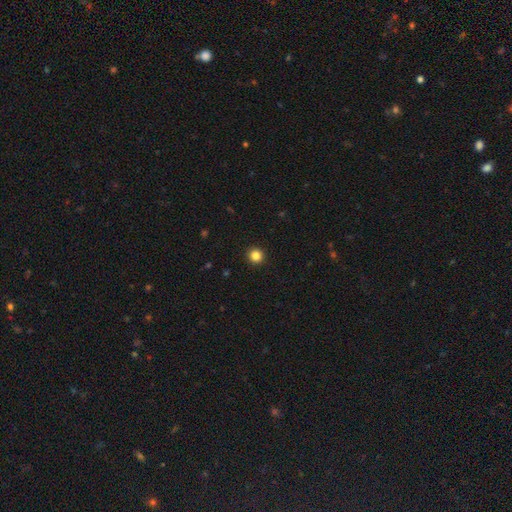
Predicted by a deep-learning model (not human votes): Overall: smooth (84%). How rounded: round (95%). Merging: none (94%).